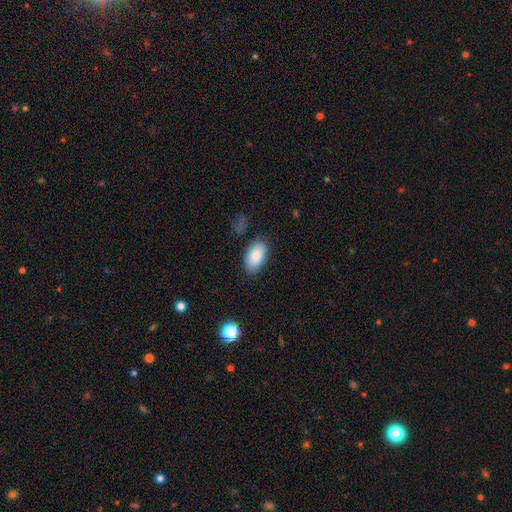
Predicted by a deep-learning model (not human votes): smooth 86%, featured or disk 8%, star or artifact 7%. Down the decision tree: how rounded — in between (94%); merging — none (83%).